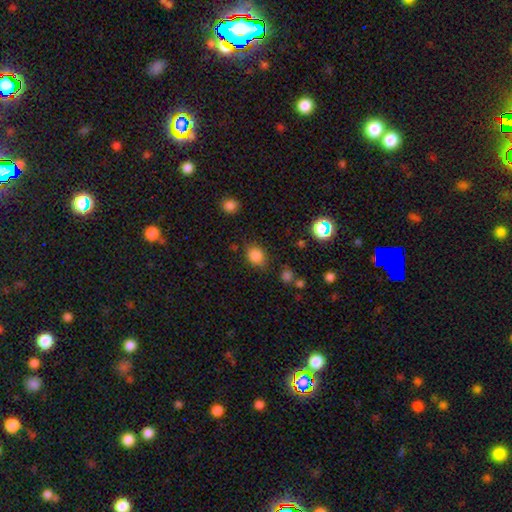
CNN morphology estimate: A smooth galaxy with no disk features (84%) that is round (54%). Merging: none (78%).